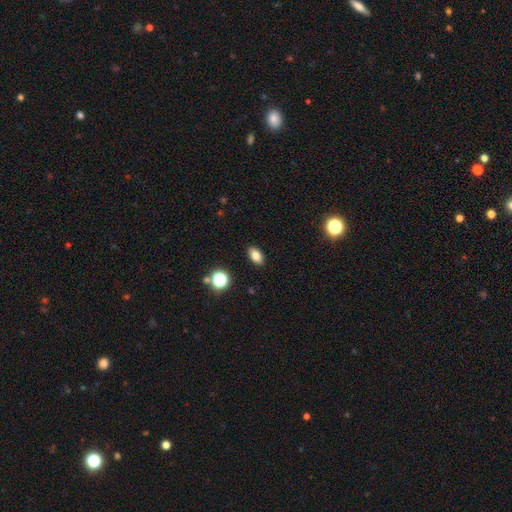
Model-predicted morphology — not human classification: A smooth galaxy with no disk features (80%) that is in between round and cigar-shaped (87%). Merging: none (89%).